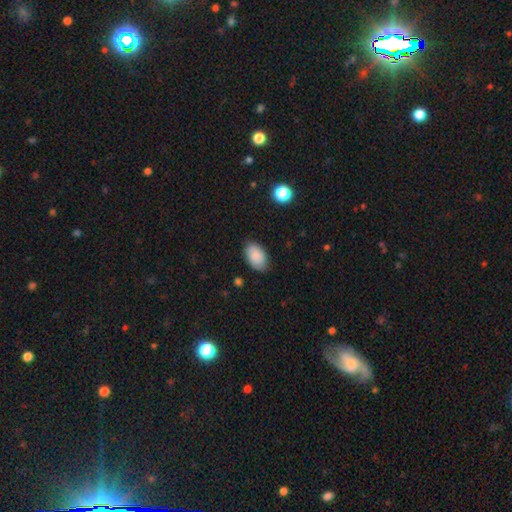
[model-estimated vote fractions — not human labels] This is clearly a smooth galaxy (86%). How rounded: clearly in between (91%). Merging: clearly none (82%).